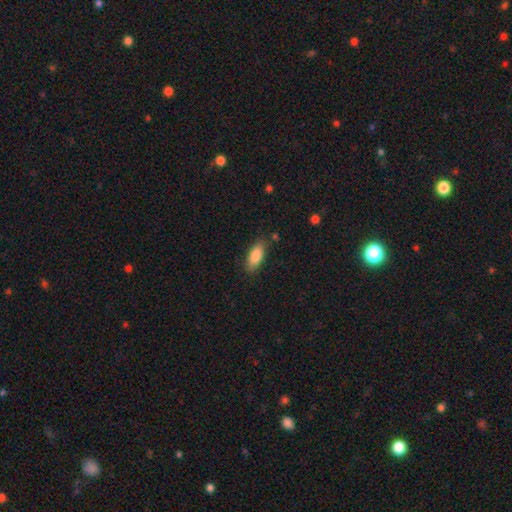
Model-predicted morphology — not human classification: smooth 85%, featured or disk 8%, star or artifact 7%. Down the decision tree: how rounded — in between (80%); merging — none (82%).